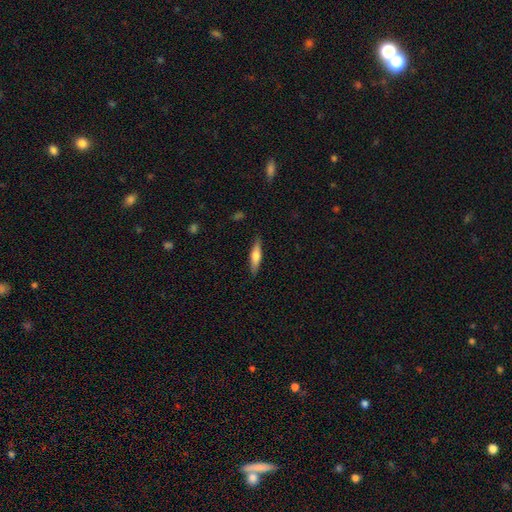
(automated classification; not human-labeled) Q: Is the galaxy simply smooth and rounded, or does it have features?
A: smooth — 55%.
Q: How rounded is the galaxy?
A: cigar-shaped — 78%.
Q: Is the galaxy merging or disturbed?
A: none — 88%.